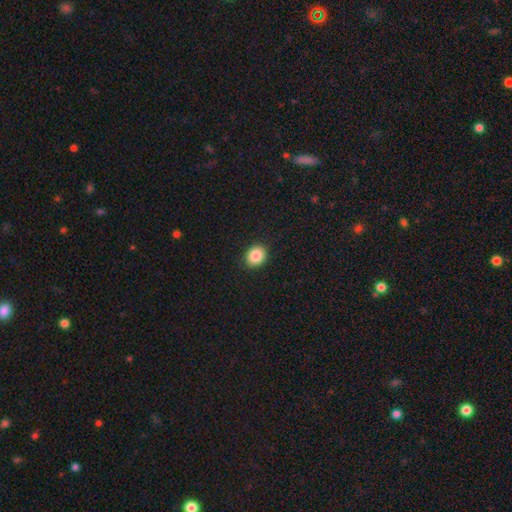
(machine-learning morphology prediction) smooth_or_featured: smooth (p=0.86) [alt: star or artifact p=0.08]
how_rounded: round (p=0.57) [alt: in between p=0.42]
merging: none (p=0.91) [alt: minor disturbance p=0.06]